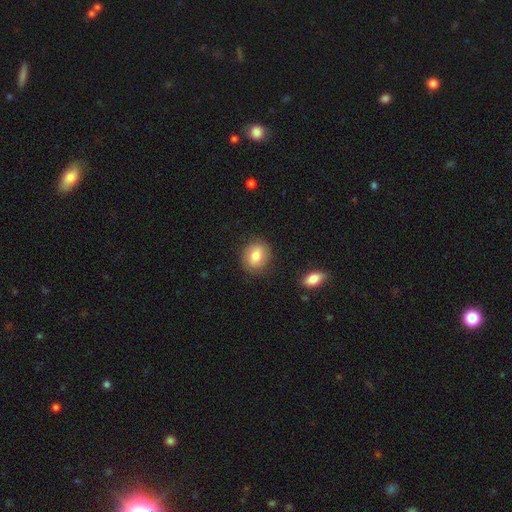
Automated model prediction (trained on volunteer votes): Smooth or featured?
  - smooth: 80% *
  - featured or disk: 12%
  - star or artifact: 8%
How rounded?
  - round: 67% *
  - in between: 32%
  - cigar-shaped: 1%
Merging?
  - none: 85% *
  - minor disturbance: 10%
  - major disturbance: 3%
  - merger: 2%